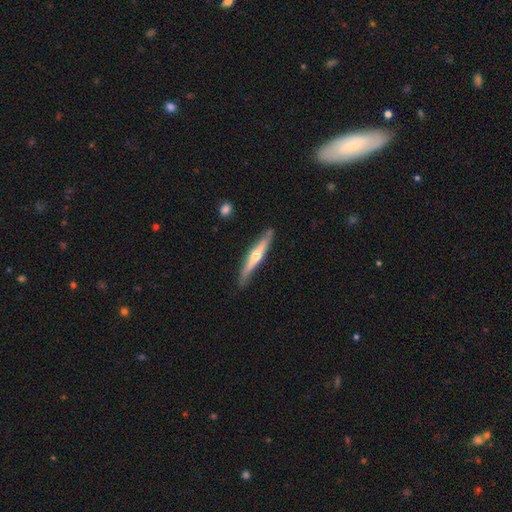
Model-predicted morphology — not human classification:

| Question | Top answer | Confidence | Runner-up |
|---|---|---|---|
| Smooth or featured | featured or disk | 62% | smooth (33%) |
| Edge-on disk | yes | 95% | no (5%) |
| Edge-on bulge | rounded | 86% | none (10%) |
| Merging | none | 83% | minor disturbance (13%) |